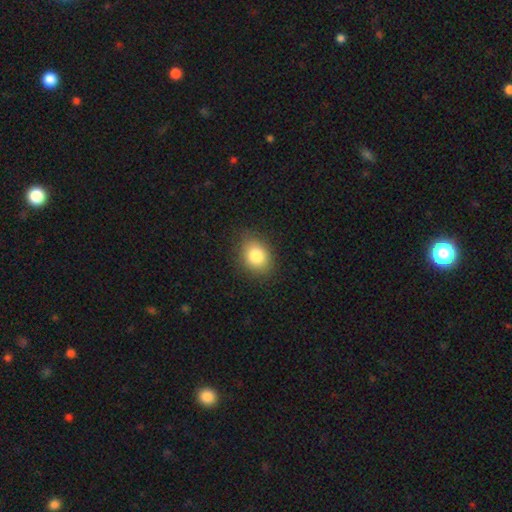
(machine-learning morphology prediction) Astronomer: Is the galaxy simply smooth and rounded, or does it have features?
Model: smooth — 82%.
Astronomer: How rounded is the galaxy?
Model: in between — 54% (runner-up: round, 45%).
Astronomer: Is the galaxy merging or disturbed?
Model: none — 84%.